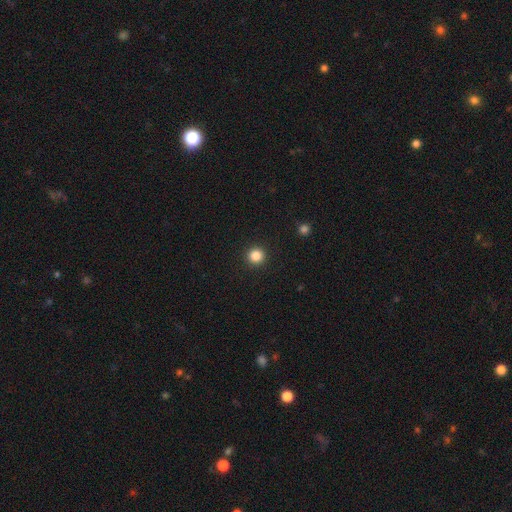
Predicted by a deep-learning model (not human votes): Morphology: type=smooth (85%); roundness=round (95%); merging=none (93%).